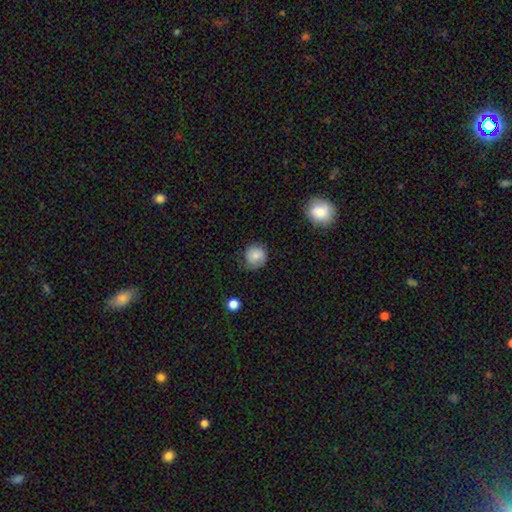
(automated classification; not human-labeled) This appears to be a smooth galaxy with no disk features (76%) that is round (88%). Merging: none (64%).